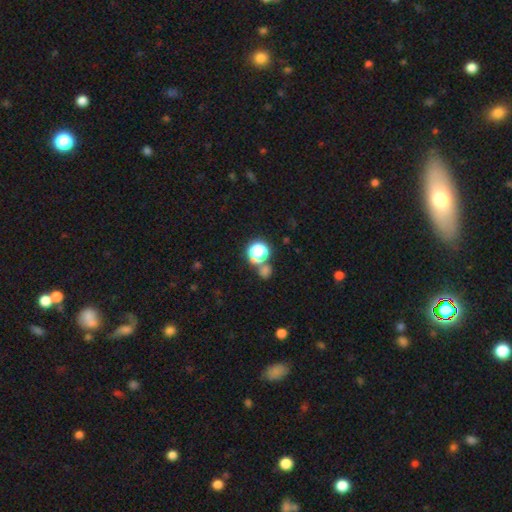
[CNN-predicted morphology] star or artifact 55%, smooth 37%, featured or disk 8%.